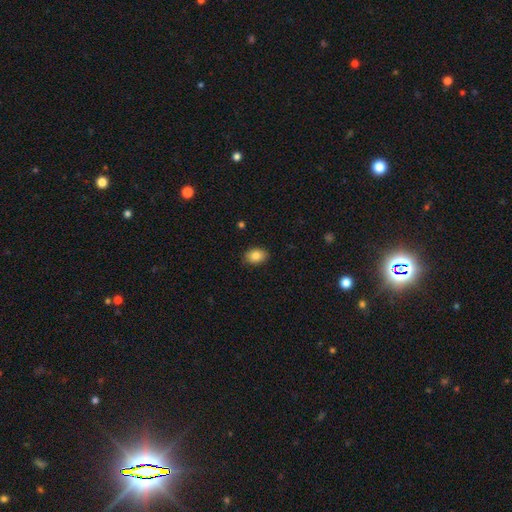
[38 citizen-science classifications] This appears to be a smooth galaxy with no disk features (87%) that is in between round and cigar-shaped (88%). Merging: none (89%).